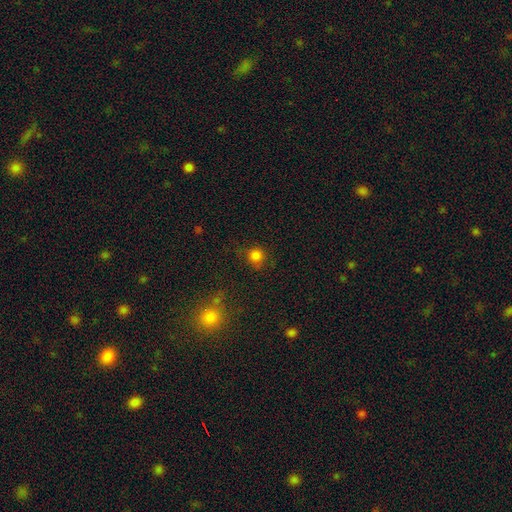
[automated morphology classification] A smooth galaxy with no disk features (80%) that is round (90%).

Vote fractions:
- Smooth or featured? smooth: 80% / star or artifact: 15% / featured or disk: 5%
- How rounded? round: 90% / in between: 9% / cigar-shaped: 1%
- Merging? none: 74% / minor disturbance: 16% / major disturbance: 7% / merger: 4%